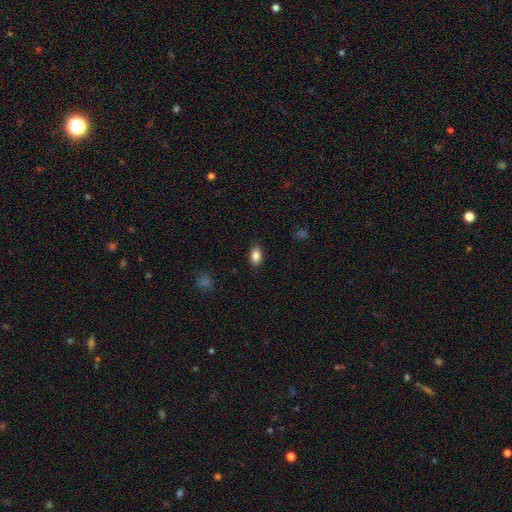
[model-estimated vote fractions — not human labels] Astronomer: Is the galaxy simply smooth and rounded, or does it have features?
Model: smooth — 86%.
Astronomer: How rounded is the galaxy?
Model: in between — 89%.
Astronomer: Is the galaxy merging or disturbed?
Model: none — 86%.